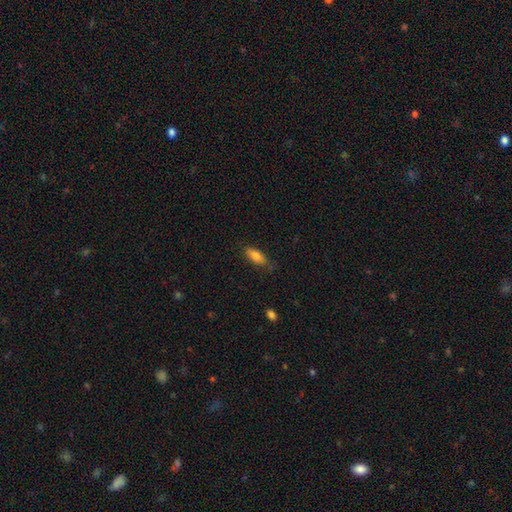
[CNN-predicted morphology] This appears to be a smooth galaxy with no disk features (81%) that is in between round and cigar-shaped (75%). Merging: none (70%).